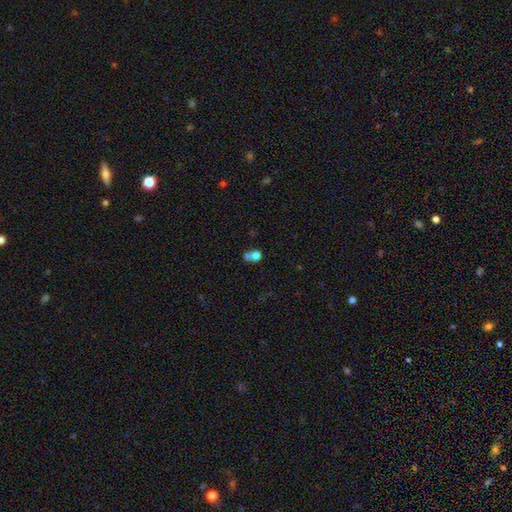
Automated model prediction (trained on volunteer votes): A smooth galaxy with no disk features (69%) that is round (74%).

Vote fractions:
- Smooth or featured? smooth: 69% / star or artifact: 16% / featured or disk: 14%
- How rounded? round: 74% / in between: 25% / cigar-shaped: 1%
- Merging? merger: 52% / none: 34% / minor disturbance: 8% / major disturbance: 6%